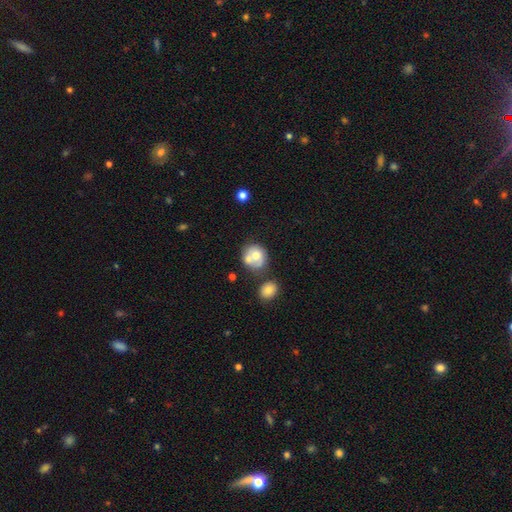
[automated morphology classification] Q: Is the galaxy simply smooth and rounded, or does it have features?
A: smooth — 63%.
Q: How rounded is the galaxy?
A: round — 76%.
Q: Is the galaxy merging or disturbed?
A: merger — 43%.